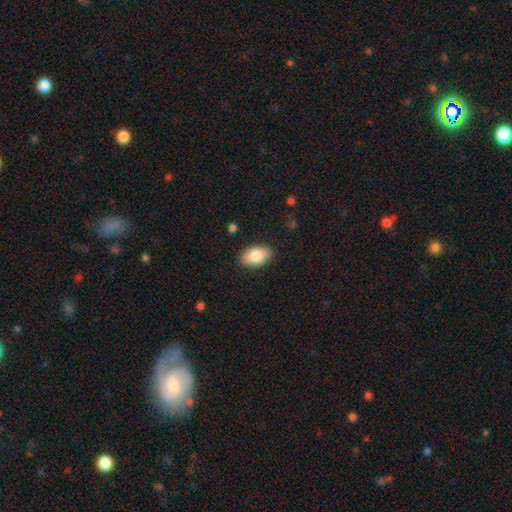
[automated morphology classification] Smooth or featured?
  - smooth: 84% *
  - featured or disk: 10%
  - star or artifact: 6%
How rounded?
  - in between: 94% *
  - round: 5%
  - cigar-shaped: 1%
Merging?
  - none: 88% *
  - minor disturbance: 9%
  - major disturbance: 2%
  - merger: 1%